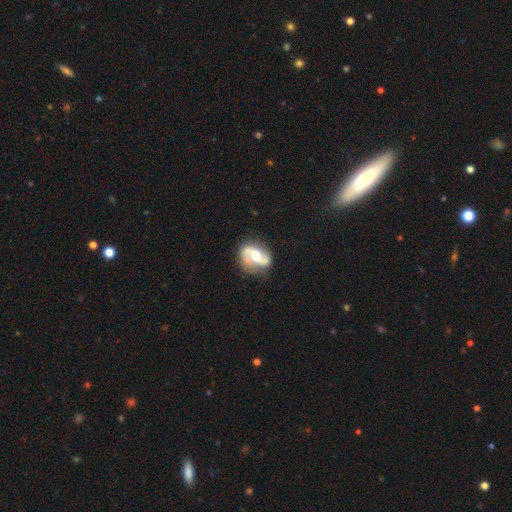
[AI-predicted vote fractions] Smooth or featured: featured or disk — 82% (smooth — 12%)
Edge-on disk: no — 97% (yes — 3%)
Bar: no — 48% (weak — 35%)
Spiral arms: yes — 94% (no — 6%)
Spiral winding: loose — 49% (medium — 39%)
Spiral arm count: 2 — 92% (can't tell — 3%)
Bulge size: moderate — 71% (large — 15%)
Merging: none — 77% (minor disturbance — 15%)